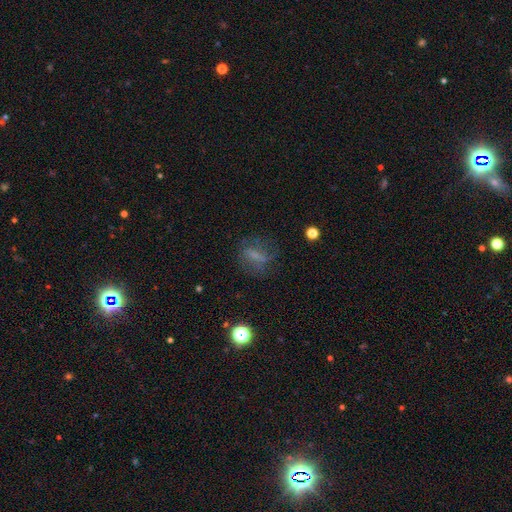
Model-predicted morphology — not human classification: Q: Smooth or featured?
A: smooth (48%); runner-up: featured or disk (34%)
Q: Merging?
A: none (64%); runner-up: minor disturbance (18%)